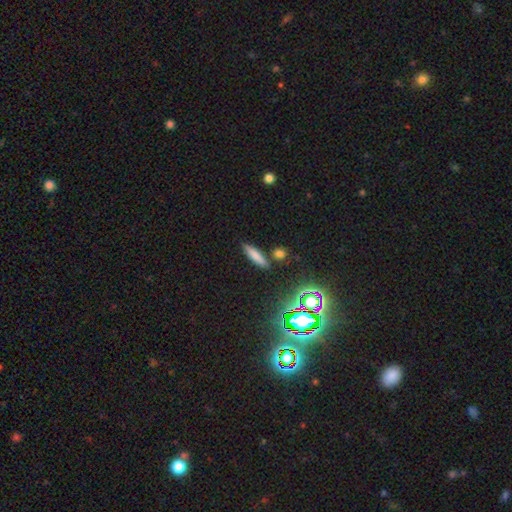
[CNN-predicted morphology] A smooth galaxy with no disk features (73%) that is cigar-shaped (75%). Merging: none (82%).